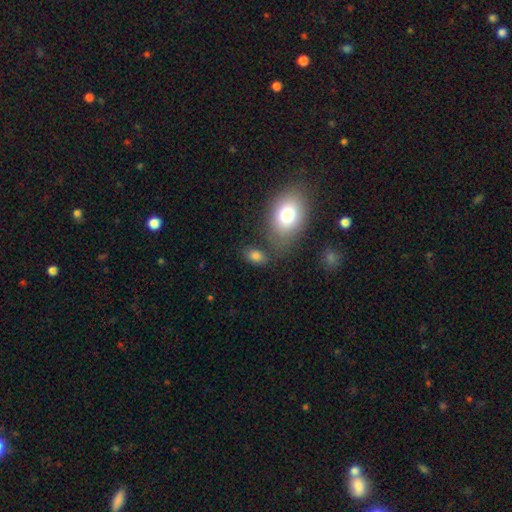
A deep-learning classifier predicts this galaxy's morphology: This appears to be a smooth galaxy with no disk features (80%) that is in between round and cigar-shaped (83%). Merging: none (66%).